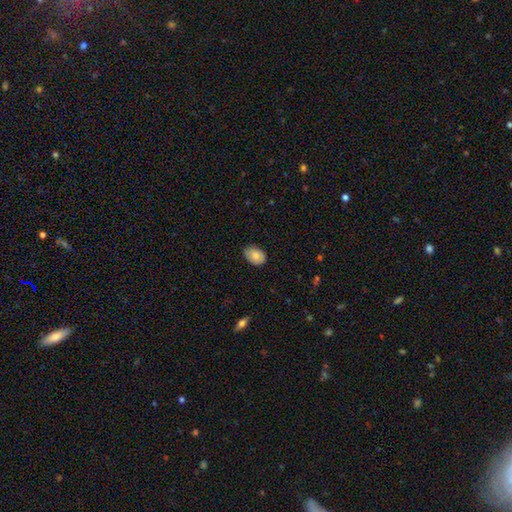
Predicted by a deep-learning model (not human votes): Smooth or featured? smooth (81%)
How rounded? in between (84%)
Merging? none (79%)